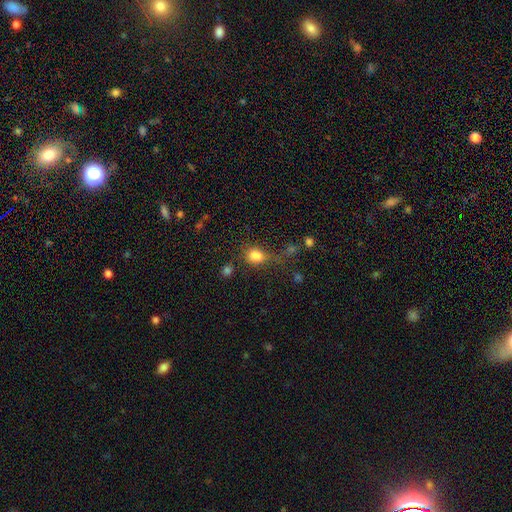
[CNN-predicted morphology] Smooth or featured: smooth — 80% (star or artifact — 12%)
How rounded: in between — 50% (round — 48%)
Merging: none — 45% (minor disturbance — 23%)